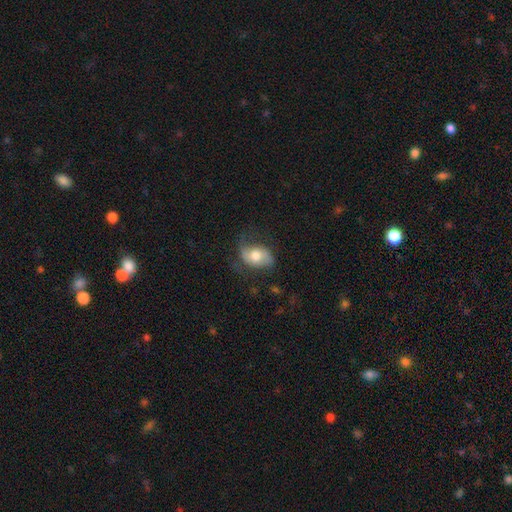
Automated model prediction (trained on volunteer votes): This is possibly a smooth galaxy (51%). How rounded: clearly in between (81%). Merging: possibly none (49%).